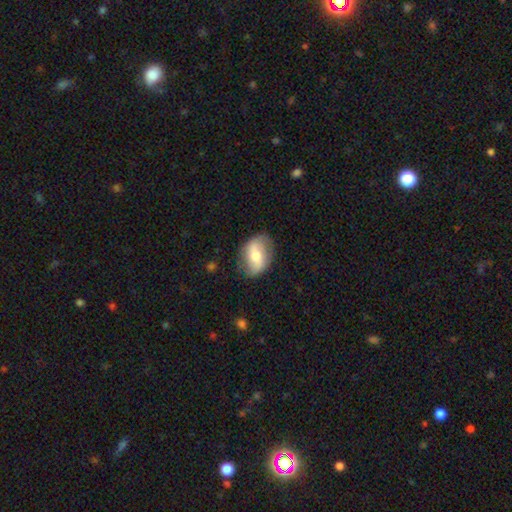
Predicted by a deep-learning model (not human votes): A featured or disk galaxy (51%). Merging: none (78%).